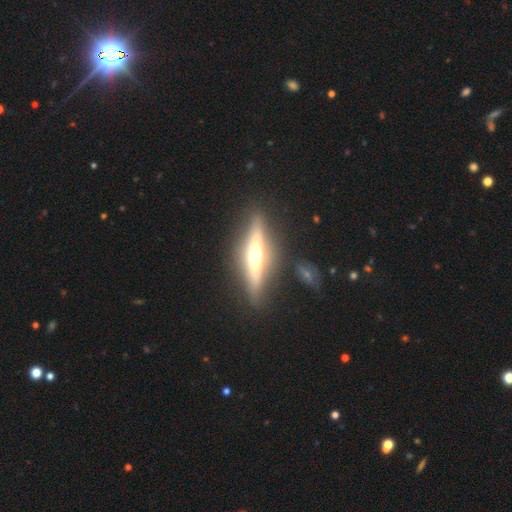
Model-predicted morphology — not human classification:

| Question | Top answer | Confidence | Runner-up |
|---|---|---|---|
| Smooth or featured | featured or disk | 66% | smooth (27%) |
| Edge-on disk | yes | 91% | no (9%) |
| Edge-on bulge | rounded | 87% | boxy (7%) |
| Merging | none | 79% | minor disturbance (12%) |